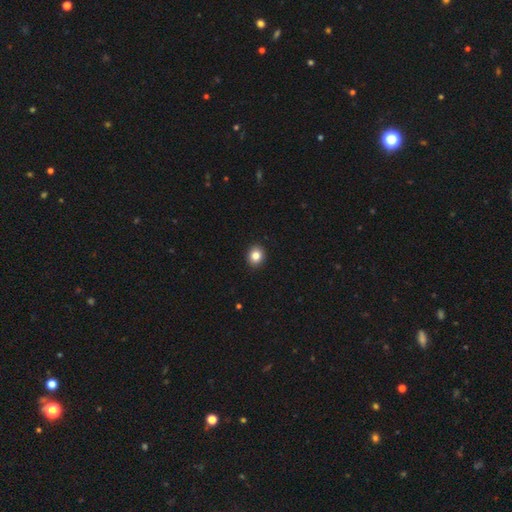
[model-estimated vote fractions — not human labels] Overall: smooth (84%). How rounded: round (69%; in between 30%). Merging: none (92%).